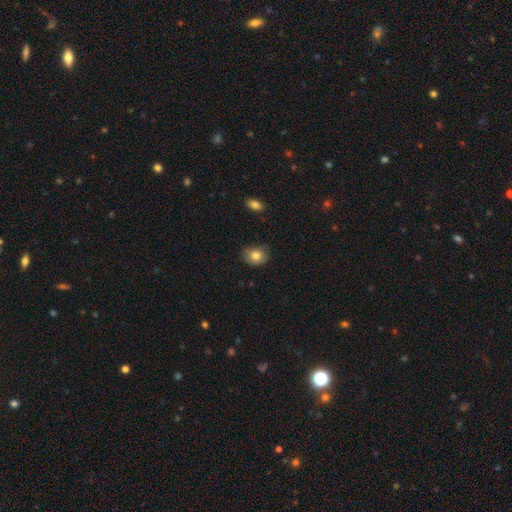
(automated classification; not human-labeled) Smooth or featured?
  - smooth: 81% *
  - star or artifact: 10%
  - featured or disk: 9%
How rounded?
  - round: 56% *
  - in between: 43%
  - cigar-shaped: 1%
Merging?
  - none: 73% *
  - minor disturbance: 22%
  - major disturbance: 4%
  - merger: 2%